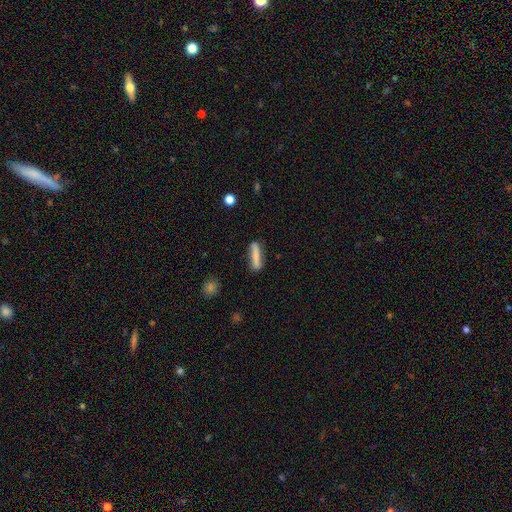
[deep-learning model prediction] A smooth galaxy with no disk features (67%) that is cigar-shaped (84%). Merging: none (74%).